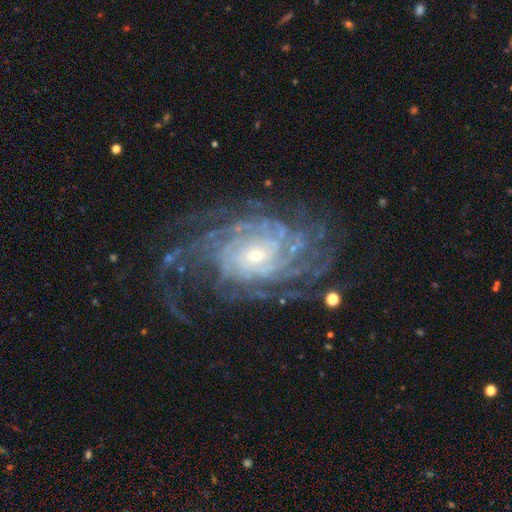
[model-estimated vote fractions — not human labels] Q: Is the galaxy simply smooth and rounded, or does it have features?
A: featured or disk — 90%.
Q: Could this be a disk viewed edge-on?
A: no — 97%.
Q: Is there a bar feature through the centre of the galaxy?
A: no — 69%.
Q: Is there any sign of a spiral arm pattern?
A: yes — 97%.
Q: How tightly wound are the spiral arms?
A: tight — 71%.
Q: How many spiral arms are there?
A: more than 4 — 29%.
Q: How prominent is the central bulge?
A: small — 71%.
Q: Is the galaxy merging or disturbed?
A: none — 68%.